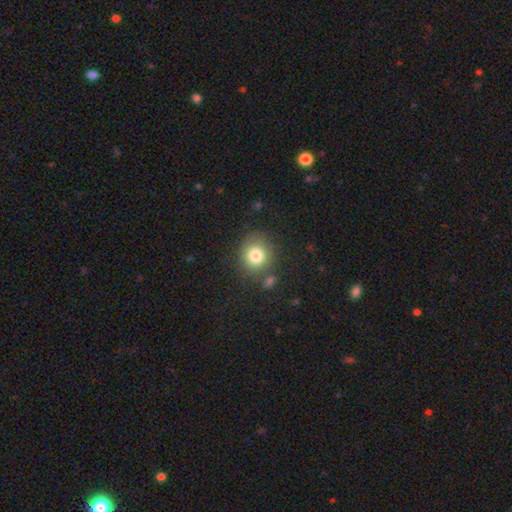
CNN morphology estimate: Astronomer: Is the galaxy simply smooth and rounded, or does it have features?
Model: smooth — 81%.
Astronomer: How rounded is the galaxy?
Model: round — 84%.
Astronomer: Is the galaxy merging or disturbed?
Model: none — 78%.